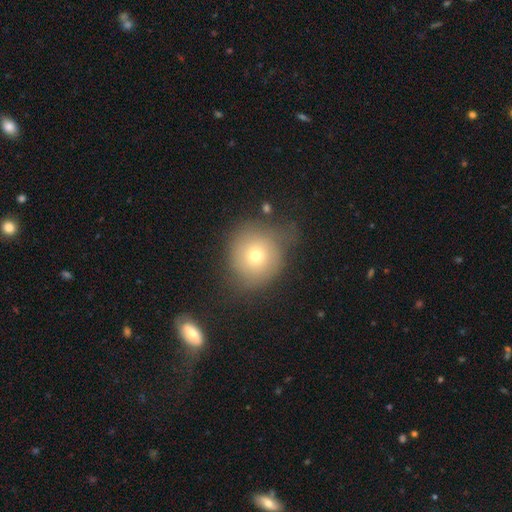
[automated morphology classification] A smooth galaxy with no disk features (67%) that is round (84%).

Vote fractions:
- Smooth or featured? smooth: 67% / featured or disk: 20% / star or artifact: 13%
- How rounded? round: 84% / in between: 15% / cigar-shaped: 1%
- Merging? none: 59% / minor disturbance: 25% / major disturbance: 13% / merger: 3%